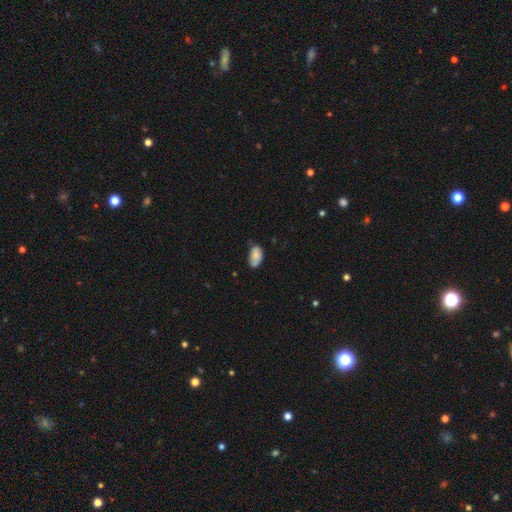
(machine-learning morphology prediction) The model was most divided on "merging": none: 54%, minor disturbance: 34%, major disturbance: 7%, merger: 5%. More confident: how rounded — in between (92%); smooth or featured — smooth (75%).